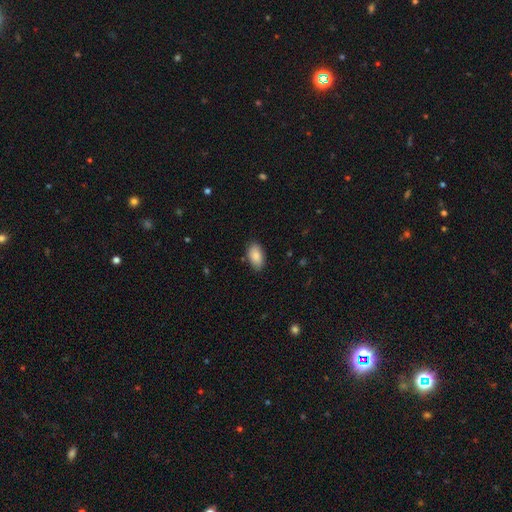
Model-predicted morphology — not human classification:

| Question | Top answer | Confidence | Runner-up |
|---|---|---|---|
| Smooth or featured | smooth | 87% | star or artifact (7%) |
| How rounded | in between | 94% | round (4%) |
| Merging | none | 83% | minor disturbance (13%) |